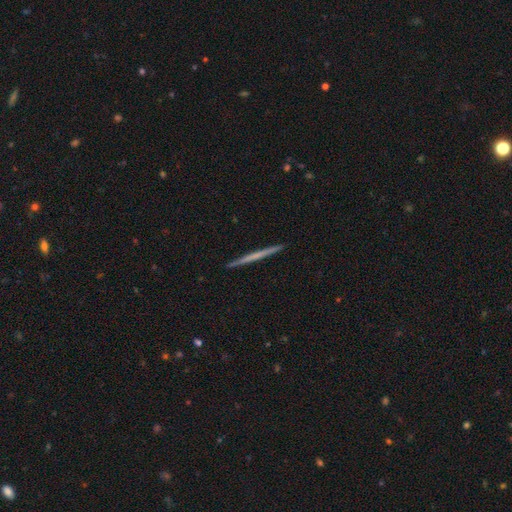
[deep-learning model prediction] Smooth or featured?
  - featured or disk: 56% *
  - smooth: 39%
  - star or artifact: 5%
Edge-on disk?
  - yes: 98% *
  - no: 2%
Edge-on bulge?
  - none: 88% *
  - rounded: 9%
  - boxy: 3%
Merging?
  - none: 94% *
  - minor disturbance: 4%
  - major disturbance: 1%
  - merger: 1%